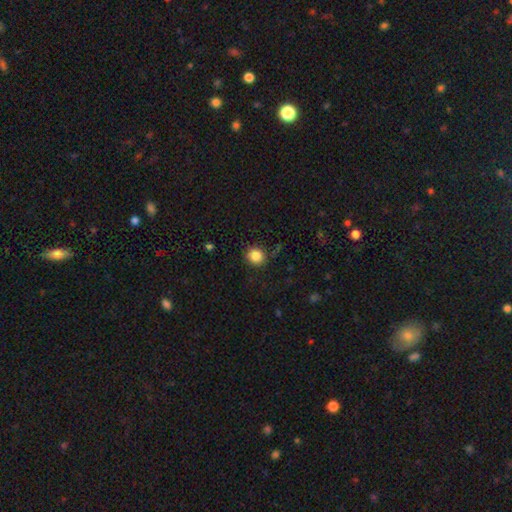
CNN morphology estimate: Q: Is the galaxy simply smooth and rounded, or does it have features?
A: smooth — 86%.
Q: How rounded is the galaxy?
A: round — 84%.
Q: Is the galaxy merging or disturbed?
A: none — 83%.